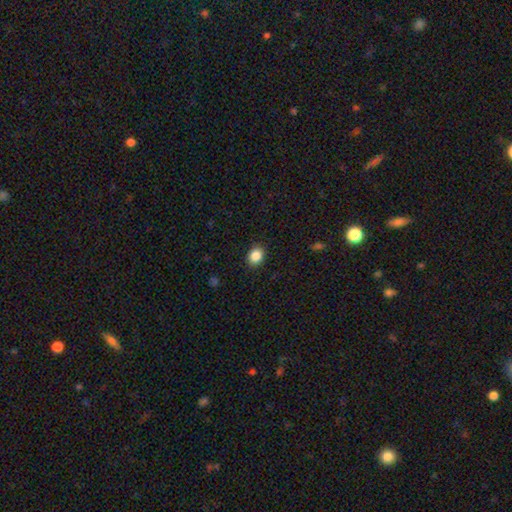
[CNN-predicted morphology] Q: Smooth or featured?
A: smooth (87%); runner-up: star or artifact (9%)
Q: How rounded?
A: round (51%); runner-up: in between (48%)
Q: Merging?
A: none (90%); runner-up: minor disturbance (7%)